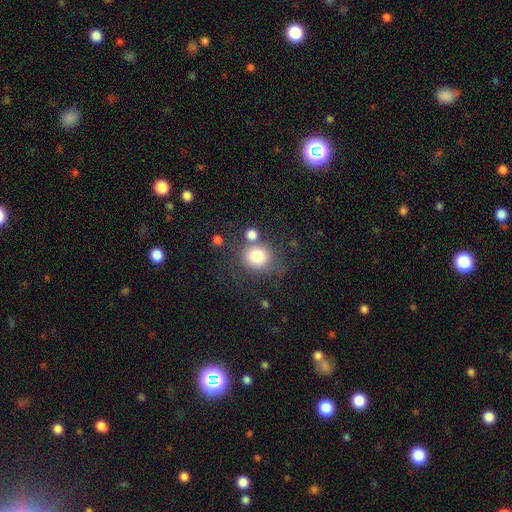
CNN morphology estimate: A smooth galaxy with no disk features (80%) that is round (78%).

Vote fractions:
- Smooth or featured? smooth: 80% / star or artifact: 10% / featured or disk: 10%
- How rounded? round: 78% / in between: 21% / cigar-shaped: 1%
- Merging? none: 56% / merger: 17% / minor disturbance: 16% / major disturbance: 10%